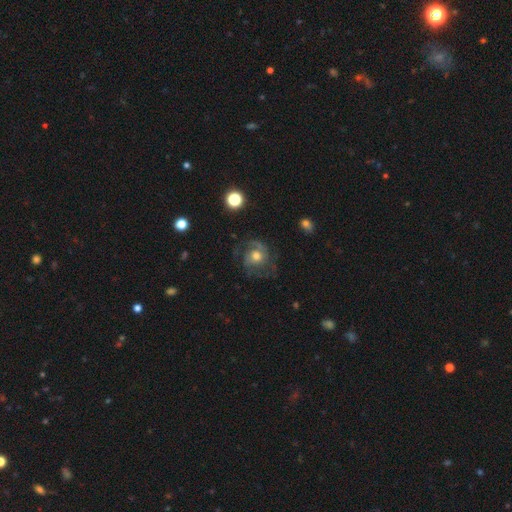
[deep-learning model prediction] smooth-or-featured: featured or disk: 73% | smooth: 19% | star or artifact: 9%
  disk-edge-on: no: 98% | yes: 2%
    bar: no: 74% | weak: 22% | strong: 4%
    has-spiral-arms: yes: 91% | no: 9%
      spiral-winding: medium: 45% | tight: 39% | loose: 16%
      spiral-arm-count: 2: 37% | can't tell: 23% | 3: 21% | 1: 9% | 4: 5% | more than 4: 4%
    bulge-size: moderate: 69% | small: 15% | large: 13% | none: 2% | dominant: 1%
  merging: none: 65% | minor disturbance: 18% | major disturbance: 16% | merger: 2%